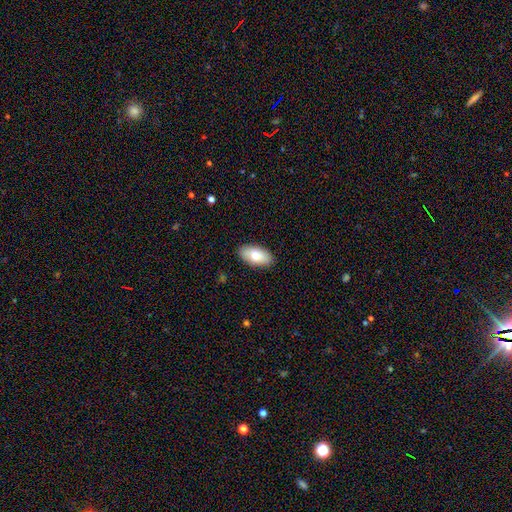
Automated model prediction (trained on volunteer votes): The model was most divided on "smooth or featured": smooth: 79%, featured or disk: 15%, star or artifact: 6%. More confident: how rounded — in between (94%); merging — none (88%).